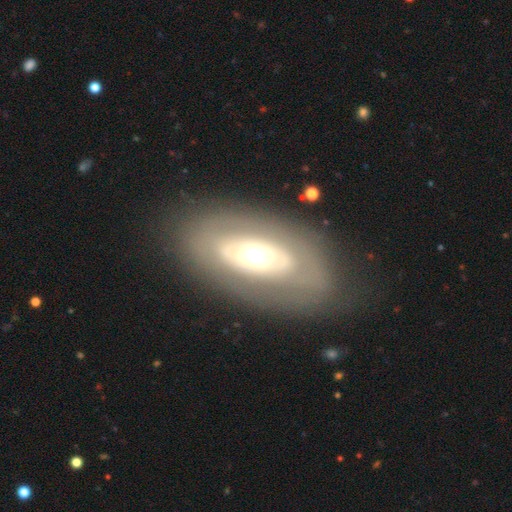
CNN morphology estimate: featured or disk 62%, smooth 32%, star or artifact 6%. Down the decision tree: edge-on disk — no (89%); bar — no (84%); spiral arms — no (80%); bulge size — moderate (50%); merging — none (77%).